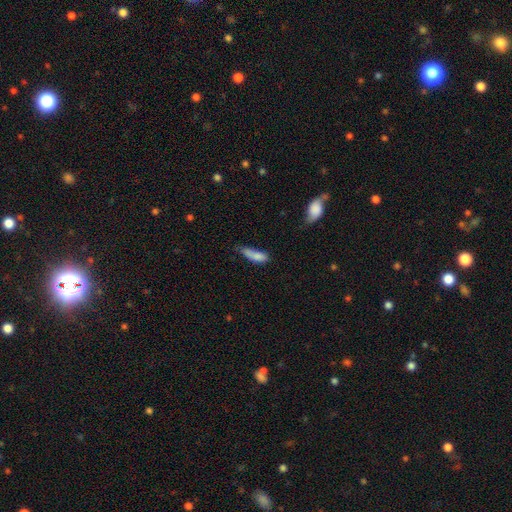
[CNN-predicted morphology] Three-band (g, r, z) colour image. It shows a smooth galaxy with no disk features (81%) that is in between round and cigar-shaped (55%). Merging: minor disturbance (41%).